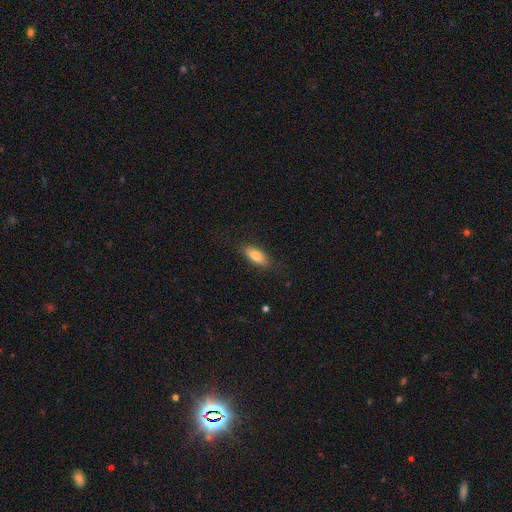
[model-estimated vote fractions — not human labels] smooth 78%, featured or disk 15%, star or artifact 7%. Down the decision tree: how rounded — in between (76%); merging — none (83%).